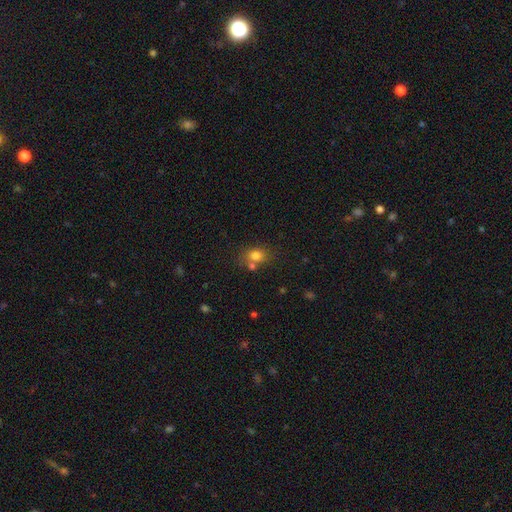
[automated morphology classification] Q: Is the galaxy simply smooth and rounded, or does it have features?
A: smooth — 77%.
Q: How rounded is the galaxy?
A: round — 50%.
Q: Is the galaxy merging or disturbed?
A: none — 58%.